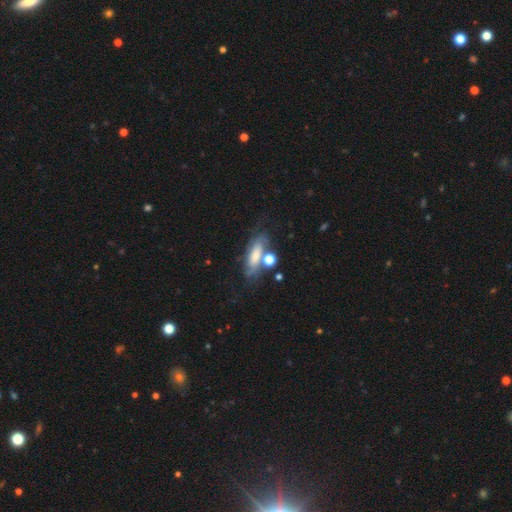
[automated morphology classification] Smooth or featured?
  - smooth: 53% *
  - featured or disk: 37%
  - star or artifact: 10%
How rounded?
  - in between: 60% *
  - cigar-shaped: 32%
  - round: 8%
Merging?
  - none: 45% *
  - merger: 21%
  - minor disturbance: 21%
  - major disturbance: 13%